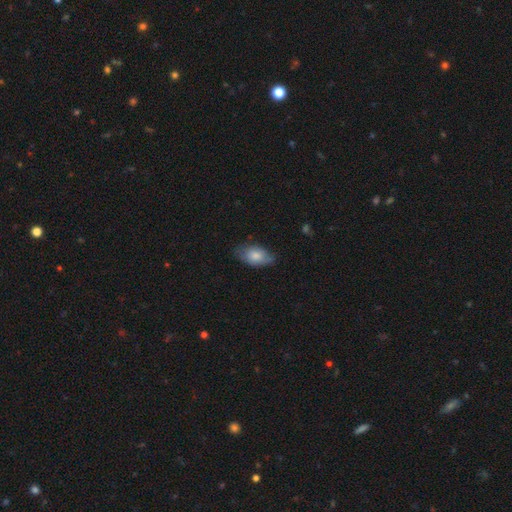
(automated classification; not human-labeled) Overall: smooth (77%). How rounded: in between (93%). Merging: none (67%; minor disturbance 27%).